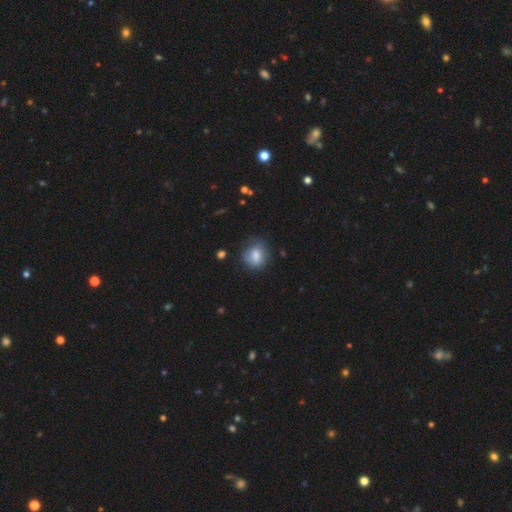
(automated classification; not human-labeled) smooth-or-featured: smooth: 79% | featured or disk: 12% | star or artifact: 9%
  how-rounded: round: 57% | in between: 42% | cigar-shaped: 1%
  merging: none: 65% | minor disturbance: 25% | major disturbance: 8% | merger: 2%